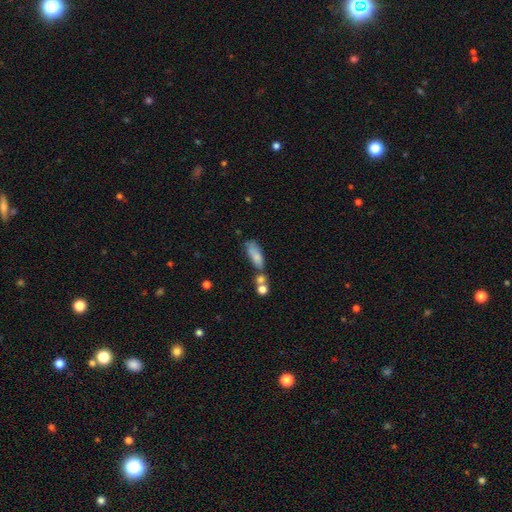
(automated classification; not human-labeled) A smooth galaxy with no disk features (74%) that is in between round and cigar-shaped (60%). Merging: none (38%).